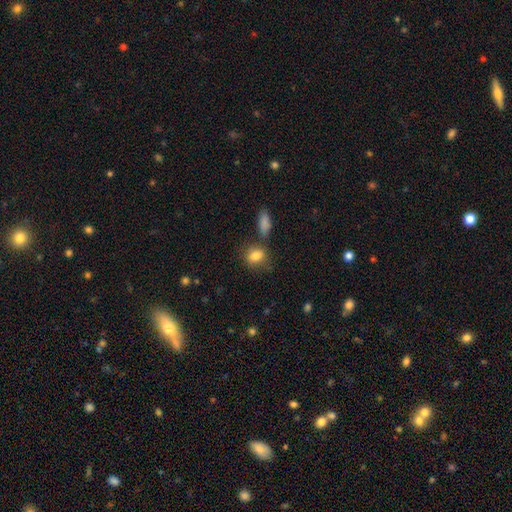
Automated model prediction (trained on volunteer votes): smooth_or_featured: smooth (p=0.83) [alt: star or artifact p=0.09]
how_rounded: in between (p=0.60) [alt: round p=0.38]
merging: none (p=0.64) [alt: minor disturbance p=0.17]